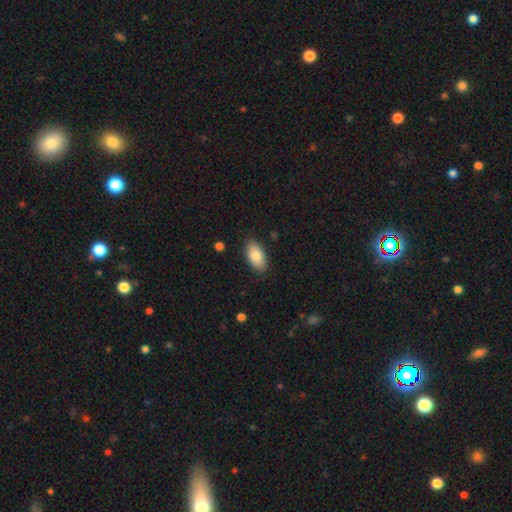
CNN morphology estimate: Smooth or featured? Predicted: smooth (p=0.85). How rounded? Predicted: in between (p=0.93). Merging? Predicted: none (p=0.85).